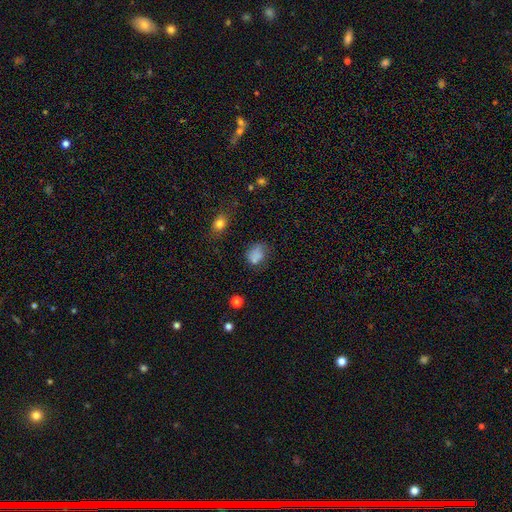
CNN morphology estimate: Q: Smooth or featured?
A: smooth (78%); runner-up: star or artifact (14%)
Q: How rounded?
A: in between (59%); runner-up: round (39%)
Q: Merging?
A: none (52%); runner-up: minor disturbance (29%)